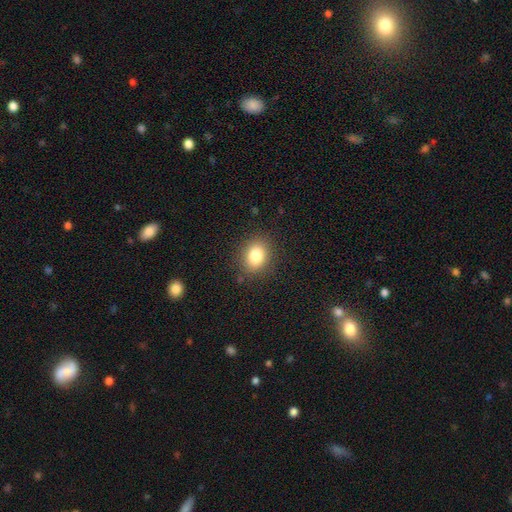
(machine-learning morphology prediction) This is clearly a smooth galaxy (82%). How rounded: possibly in between (58%). Merging: clearly none (86%).